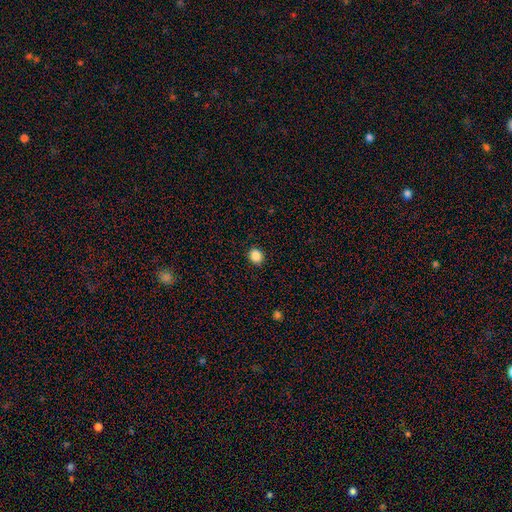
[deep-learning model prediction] A smooth galaxy with no disk features (87%) that is round (70%).

Vote fractions:
- Smooth or featured? smooth: 87% / star or artifact: 10% / featured or disk: 3%
- How rounded? round: 70% / in between: 30% / cigar-shaped: 1%
- Merging? none: 91% / minor disturbance: 6% / major disturbance: 2% / merger: 1%